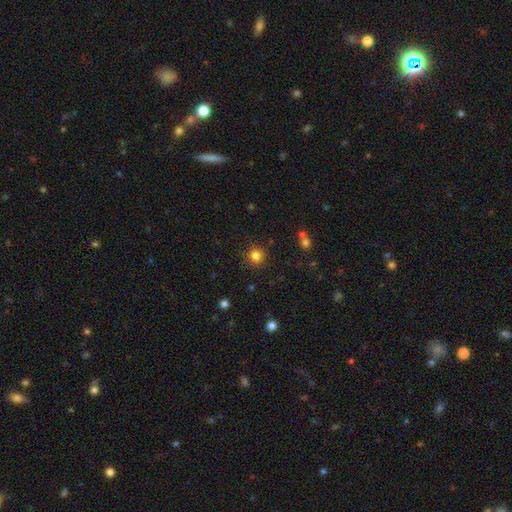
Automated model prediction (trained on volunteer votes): A smooth galaxy with no disk features (81%) that is round (95%).

Vote fractions:
- Smooth or featured? smooth: 81% / star or artifact: 13% / featured or disk: 6%
- How rounded? round: 95% / in between: 4% / cigar-shaped: 1%
- Merging? none: 90% / minor disturbance: 6% / major disturbance: 2% / merger: 2%